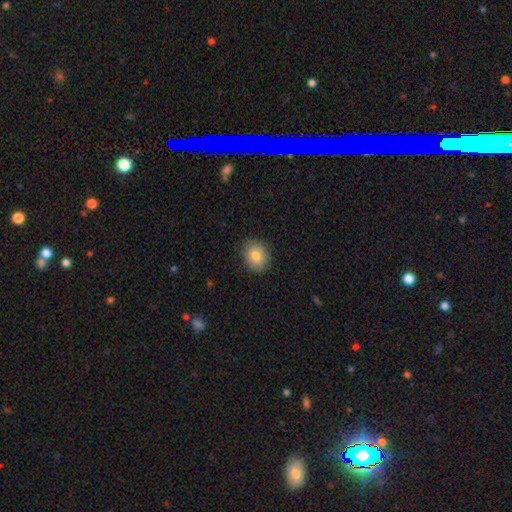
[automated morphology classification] type=smooth (80%); roundness=in between (57%); merging=none (84%).